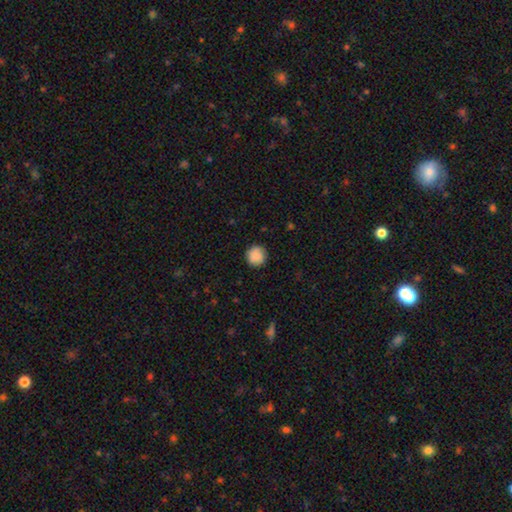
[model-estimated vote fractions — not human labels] smooth-or-featured: smooth: 88% | star or artifact: 8% | featured or disk: 5%
  how-rounded: round: 93% | in between: 6% | cigar-shaped: 1%
  merging: none: 87% | minor disturbance: 9% | major disturbance: 2% | merger: 1%